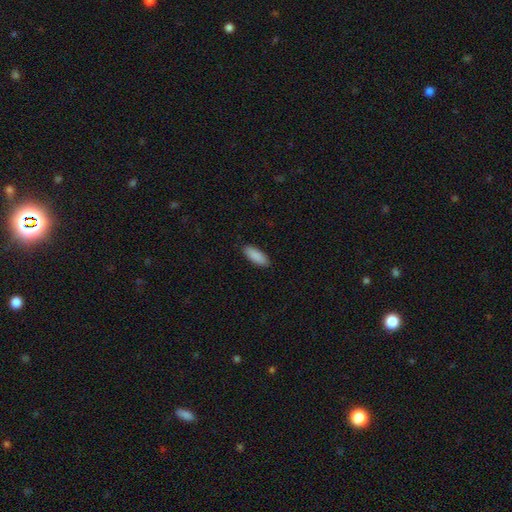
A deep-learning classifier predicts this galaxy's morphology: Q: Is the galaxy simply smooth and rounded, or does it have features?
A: smooth — 90%.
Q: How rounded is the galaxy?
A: in between — 73%.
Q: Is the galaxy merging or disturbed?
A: none — 90%.